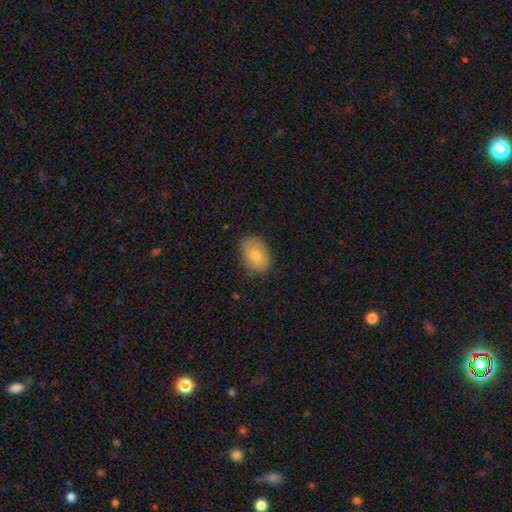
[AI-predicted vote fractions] A smooth galaxy with no disk features (80%) that is in between round and cigar-shaped (83%).

Vote fractions:
- Smooth or featured? smooth: 80% / featured or disk: 13% / star or artifact: 7%
- How rounded? in between: 83% / round: 16% / cigar-shaped: 1%
- Merging? none: 80% / minor disturbance: 16% / major disturbance: 3% / merger: 1%